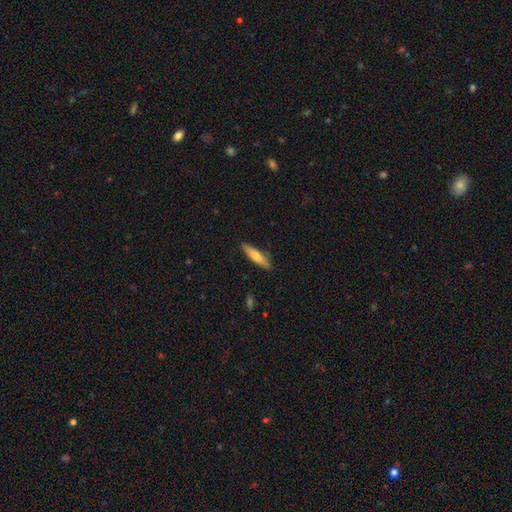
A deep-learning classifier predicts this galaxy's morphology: smooth-or-featured: smooth: 67% | featured or disk: 27% | star or artifact: 6%
  how-rounded: cigar-shaped: 75% | in between: 23% | round: 2%
  merging: none: 87% | minor disturbance: 10% | major disturbance: 2% | merger: 1%